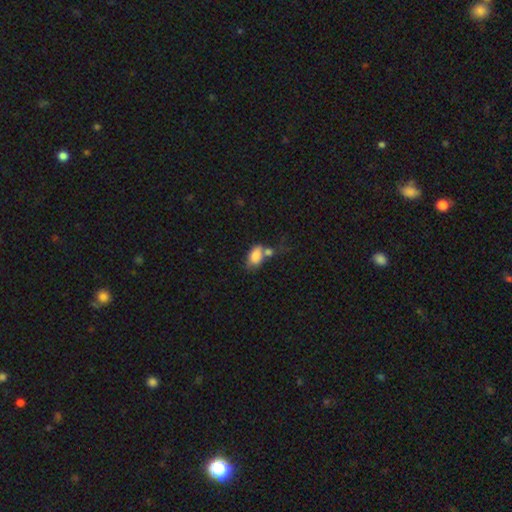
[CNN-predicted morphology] A smooth galaxy with no disk features (80%) that is in between round and cigar-shaped (88%).

Vote fractions:
- Smooth or featured? smooth: 80% / featured or disk: 11% / star or artifact: 8%
- How rounded? in between: 88% / round: 10% / cigar-shaped: 2%
- Merging? merger: 41% / none: 30% / minor disturbance: 17% / major disturbance: 12%